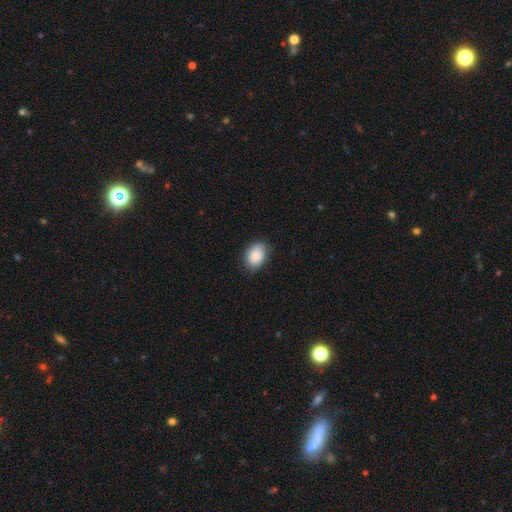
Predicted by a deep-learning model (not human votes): A smooth galaxy with no disk features (87%) that is in between round and cigar-shaped (79%).

Vote fractions:
- Smooth or featured? smooth: 87% / star or artifact: 7% / featured or disk: 6%
- How rounded? in between: 79% / round: 20% / cigar-shaped: 1%
- Merging? none: 80% / minor disturbance: 16% / major disturbance: 3% / merger: 1%